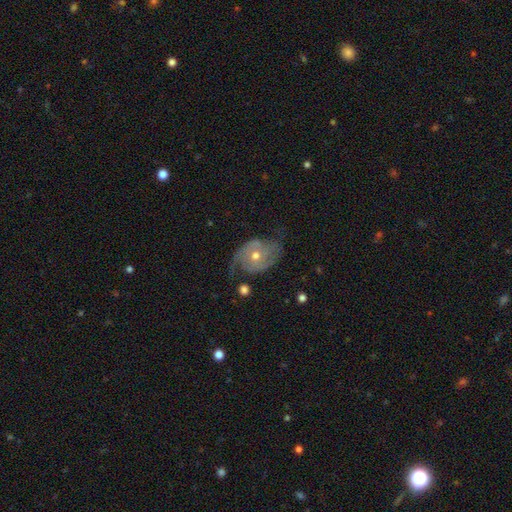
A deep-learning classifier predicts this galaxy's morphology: Smooth or featured?
  - featured or disk: 83% *
  - smooth: 11%
  - star or artifact: 6%
Edge-on disk?
  - no: 97% *
  - yes: 3%
Bar?
  - no: 74% *
  - weak: 21%
  - strong: 5%
Spiral arms?
  - yes: 94% *
  - no: 6%
Spiral winding?
  - medium: 41% *
  - loose: 30%
  - tight: 29%
Spiral arm count?
  - 2: 82% *
  - can't tell: 7%
  - 3: 4%
  - 1: 3%
  - 4: 2%
  - more than 4: 2%
Bulge size?
  - moderate: 64% *
  - small: 32%
  - large: 2%
  - none: 1%
  - dominant: 1%
Merging?
  - none: 62% *
  - minor disturbance: 22%
  - major disturbance: 13%
  - merger: 2%